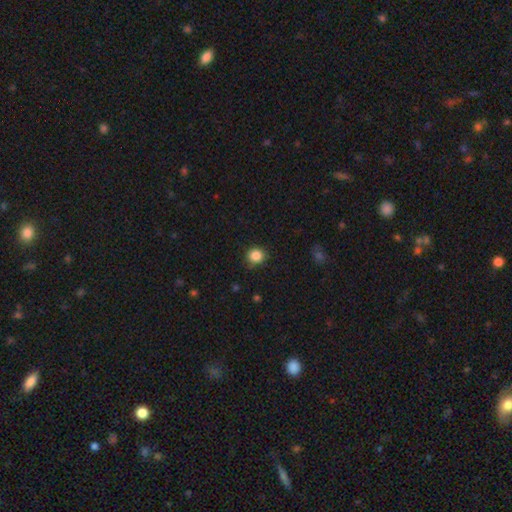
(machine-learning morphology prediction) Smooth or featured: smooth — 86% (star or artifact — 11%)
How rounded: round — 85% (in between — 14%)
Merging: none — 84% (minor disturbance — 13%)